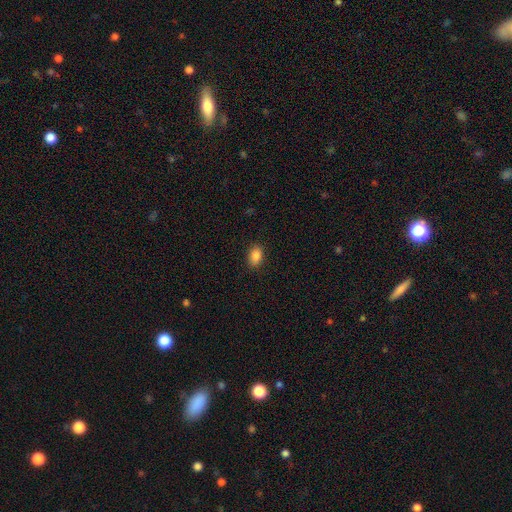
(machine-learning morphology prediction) A smooth galaxy with no disk features (87%) that is in between round and cigar-shaped (85%).

Vote fractions:
- Smooth or featured? smooth: 87% / star or artifact: 9% / featured or disk: 4%
- How rounded? in between: 85% / round: 14% / cigar-shaped: 2%
- Merging? none: 88% / minor disturbance: 9% / major disturbance: 2% / merger: 1%